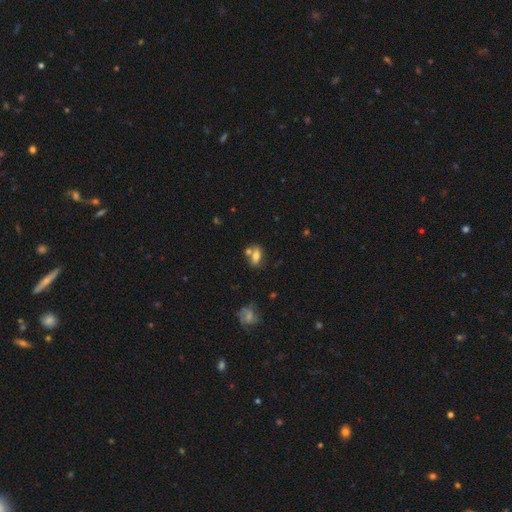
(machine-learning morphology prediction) A smooth galaxy with no disk features (66%) that is in between round and cigar-shaped (77%).

Vote fractions:
- Smooth or featured? smooth: 66% / featured or disk: 24% / star or artifact: 10%
- How rounded? in between: 77% / cigar-shaped: 14% / round: 10%
- Merging? none: 54% / merger: 28% / minor disturbance: 13% / major disturbance: 5%